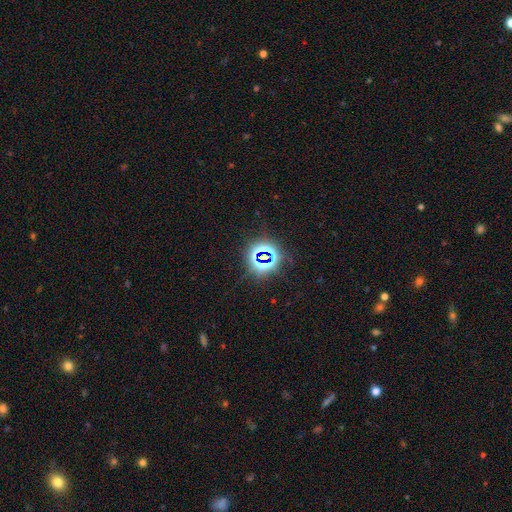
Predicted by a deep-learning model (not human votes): smooth_or_featured: star or artifact (p=0.77) [alt: smooth p=0.15]